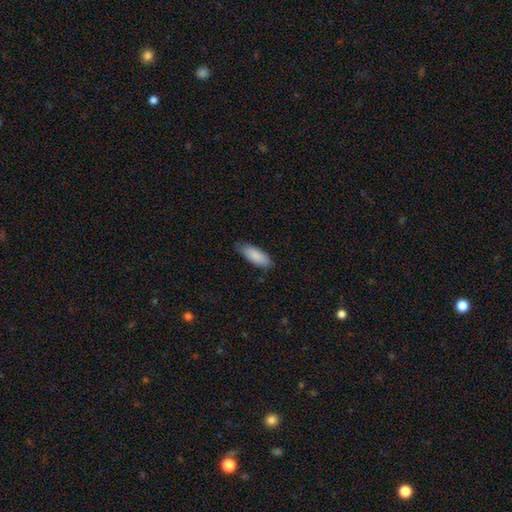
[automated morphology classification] smooth 88%, featured or disk 6%, star or artifact 6%. Down the decision tree: how rounded — in between (74%); merging — none (75%).